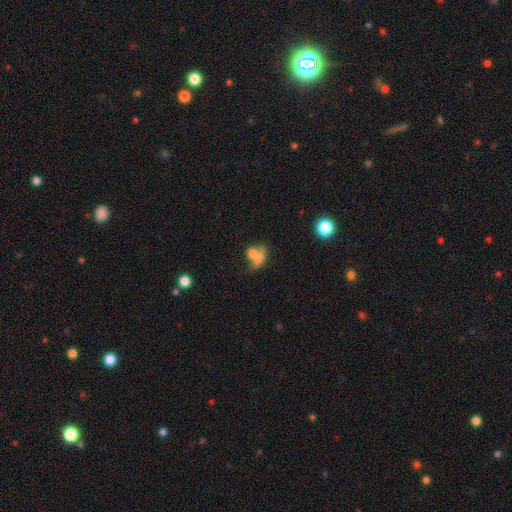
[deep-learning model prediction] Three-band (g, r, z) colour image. It shows a smooth galaxy with no disk features (65%) that is in between round and cigar-shaped (64%). Merging: merger (54%).